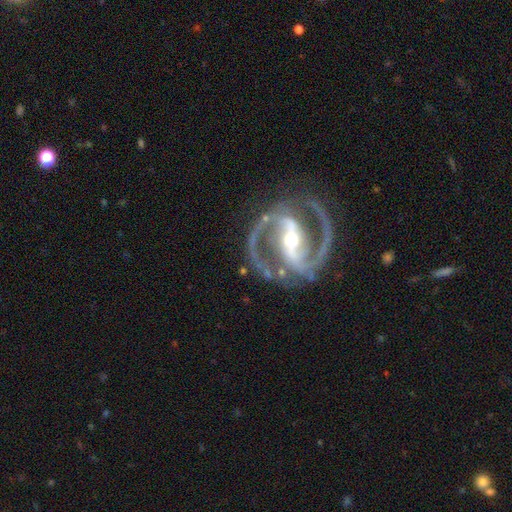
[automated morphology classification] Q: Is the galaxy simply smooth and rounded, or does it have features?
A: featured or disk — 93%.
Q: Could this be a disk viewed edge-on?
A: no — 97%.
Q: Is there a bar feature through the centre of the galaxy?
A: strong — 70%.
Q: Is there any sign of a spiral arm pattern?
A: yes — 98%.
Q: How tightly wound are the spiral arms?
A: medium — 61%.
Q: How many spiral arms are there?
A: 2 — 93%.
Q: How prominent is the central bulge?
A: moderate — 57%.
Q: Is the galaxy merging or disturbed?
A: none — 80%.